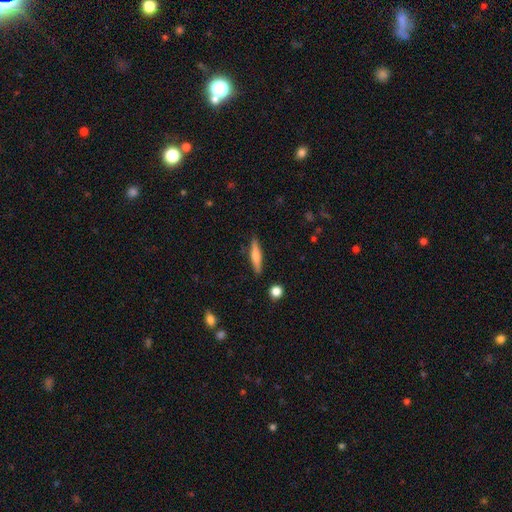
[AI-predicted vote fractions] Q: Smooth or featured?
A: smooth (65%); runner-up: featured or disk (28%)
Q: How rounded?
A: cigar-shaped (82%); runner-up: in between (16%)
Q: Merging?
A: none (87%); runner-up: minor disturbance (9%)